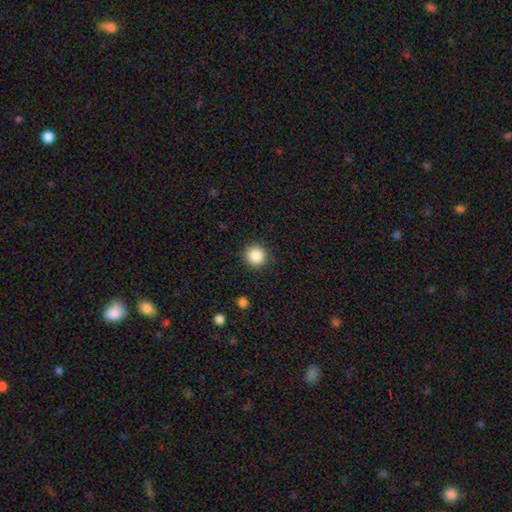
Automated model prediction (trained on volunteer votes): Smooth or featured? Predicted: smooth (p=0.87). How rounded? Predicted: round (p=0.95). Merging? Predicted: none (p=0.90).